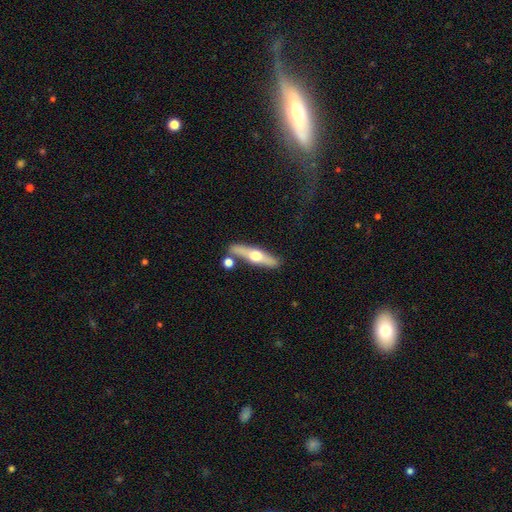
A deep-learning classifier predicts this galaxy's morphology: Smooth or featured? featured or disk (60%)
Edge-on disk? yes (92%)
Edge-on bulge? rounded (95%)
Merging? none (77%)